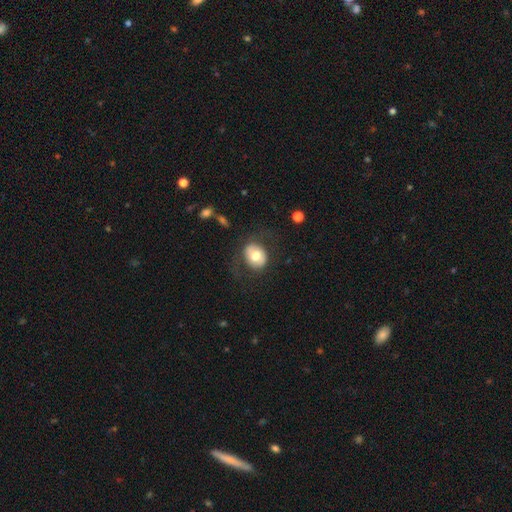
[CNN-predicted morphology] A smooth galaxy with no disk features (63%) that is round (57%). Merging: none (71%).